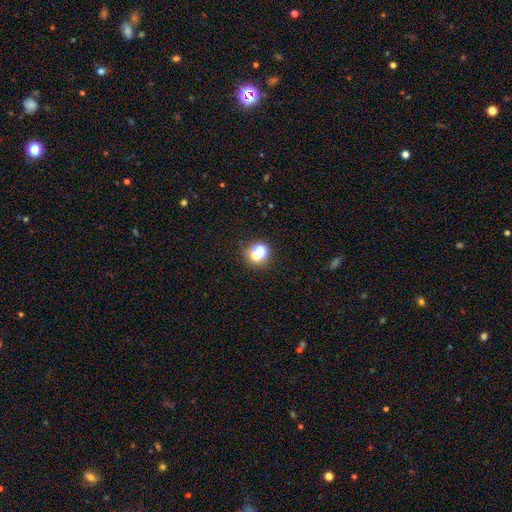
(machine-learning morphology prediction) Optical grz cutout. It shows a smooth galaxy with no disk features (56%) that is round (83%). Merging: none (63%).